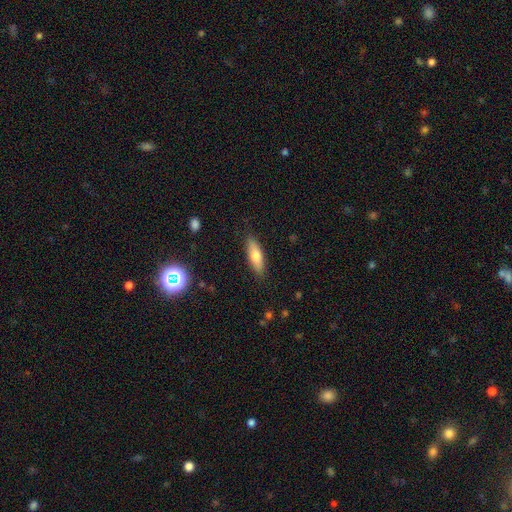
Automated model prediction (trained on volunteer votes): A smooth galaxy with no disk features (70%) that is in between round and cigar-shaped (54%). Merging: none (86%).